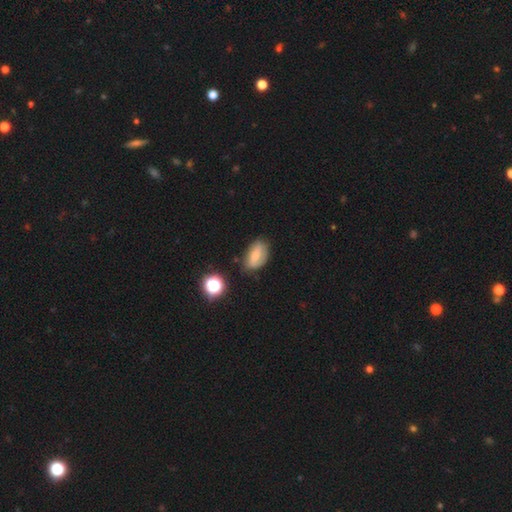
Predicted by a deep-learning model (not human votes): Smooth or featured: smooth — 59% (featured or disk — 30%)
How rounded: in between — 88% (round — 8%)
Merging: none — 67% (minor disturbance — 25%)